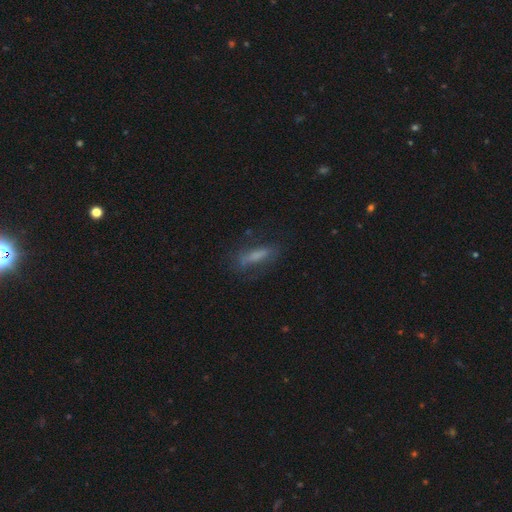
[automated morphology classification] smooth-or-featured: smooth: 61% | featured or disk: 28% | star or artifact: 11%
  how-rounded: cigar-shaped: 68% | in between: 30% | round: 2%
  merging: none: 70% | minor disturbance: 18% | major disturbance: 10% | merger: 2%